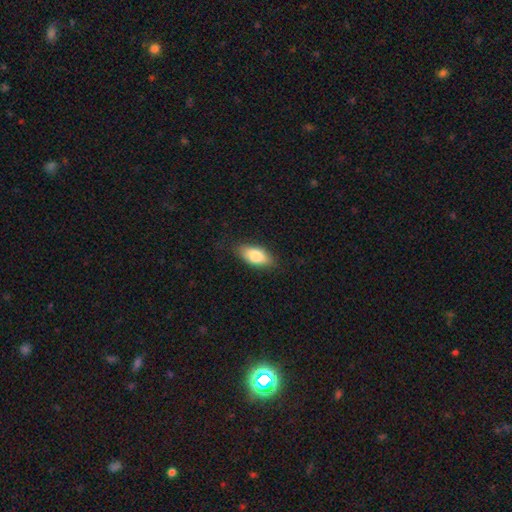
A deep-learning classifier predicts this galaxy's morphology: Smooth or featured? Predicted: smooth (p=0.82). How rounded? Predicted: in between (p=0.88). Merging? Predicted: none (p=0.80).